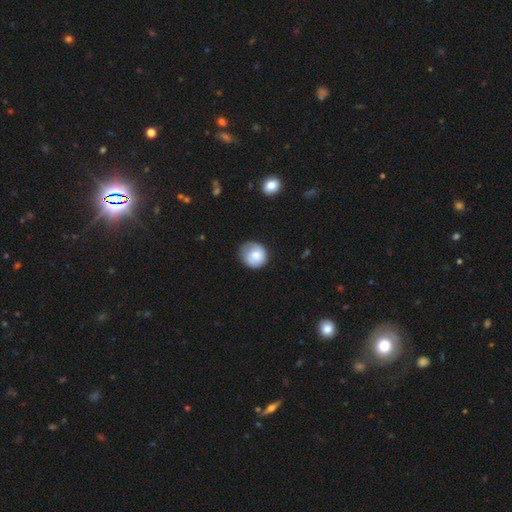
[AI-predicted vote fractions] Smooth or featured?
  - smooth: 72% *
  - featured or disk: 21%
  - star or artifact: 7%
How rounded?
  - round: 85% *
  - in between: 14%
  - cigar-shaped: 1%
Merging?
  - none: 69% *
  - minor disturbance: 24%
  - major disturbance: 6%
  - merger: 1%